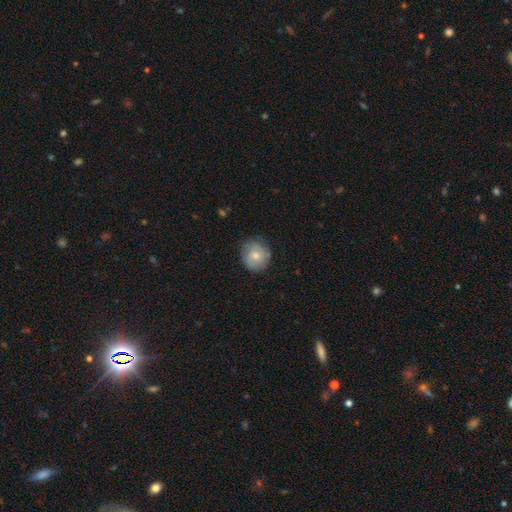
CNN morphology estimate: A smooth galaxy with no disk features (65%) that is round (83%).

Vote fractions:
- Smooth or featured? smooth: 65% / featured or disk: 27% / star or artifact: 7%
- How rounded? round: 83% / in between: 16% / cigar-shaped: 1%
- Merging? none: 76% / minor disturbance: 18% / major disturbance: 5% / merger: 1%